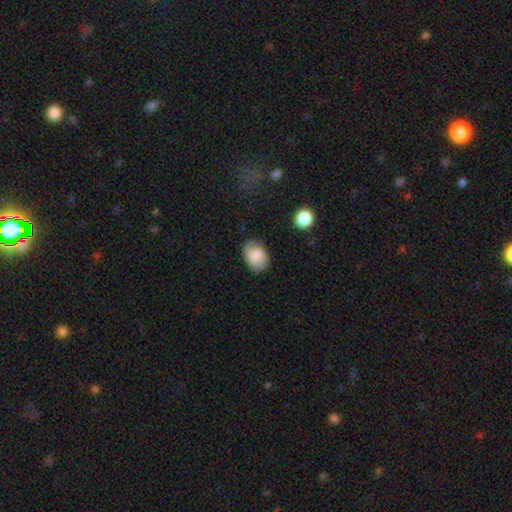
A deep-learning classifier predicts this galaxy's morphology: Overall: smooth (80%). How rounded: in between (76%). Merging: none (75%).